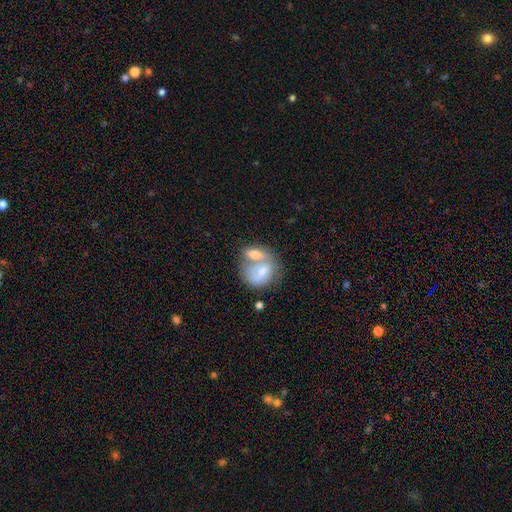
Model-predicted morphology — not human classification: Q: Smooth or featured?
A: smooth (57%); runner-up: featured or disk (35%)
Q: How rounded?
A: in between (60%); runner-up: round (37%)
Q: Merging?
A: merger (66%); runner-up: none (21%)